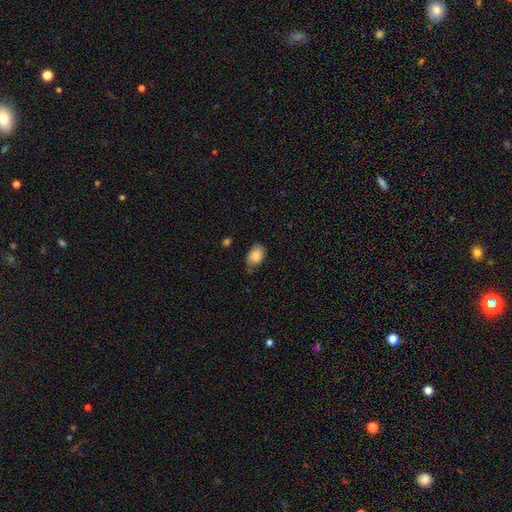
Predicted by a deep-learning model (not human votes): Q: Smooth or featured?
A: smooth (86%); runner-up: star or artifact (7%)
Q: How rounded?
A: in between (78%); runner-up: round (20%)
Q: Merging?
A: none (58%); runner-up: minor disturbance (33%)